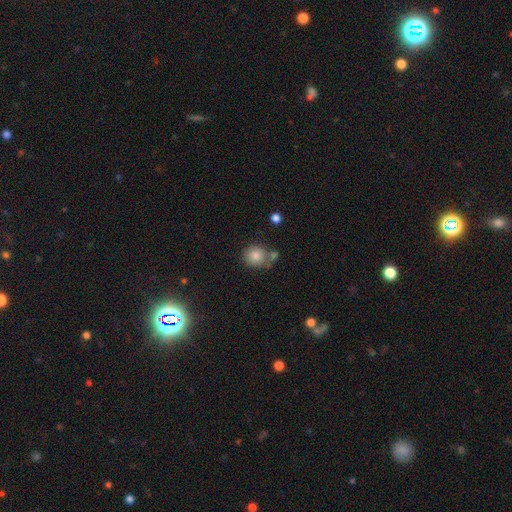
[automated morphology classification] A smooth galaxy with no disk features (84%) that is round (87%).

Vote fractions:
- Smooth or featured? smooth: 84% / star or artifact: 9% / featured or disk: 7%
- How rounded? round: 87% / in between: 12% / cigar-shaped: 1%
- Merging? none: 63% / merger: 18% / minor disturbance: 14% / major disturbance: 5%